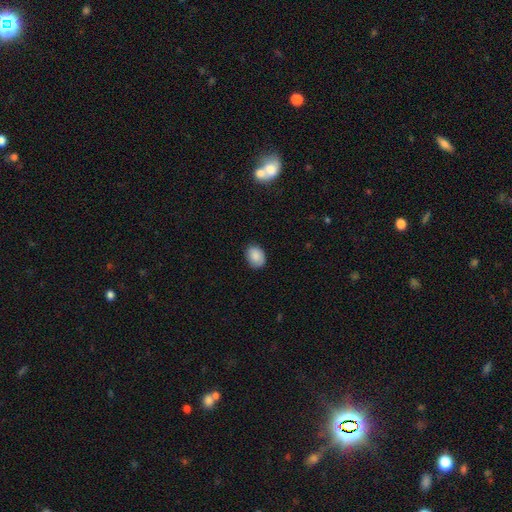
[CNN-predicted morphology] type=smooth (88%); roundness=in between (70%); merging=none (83%).